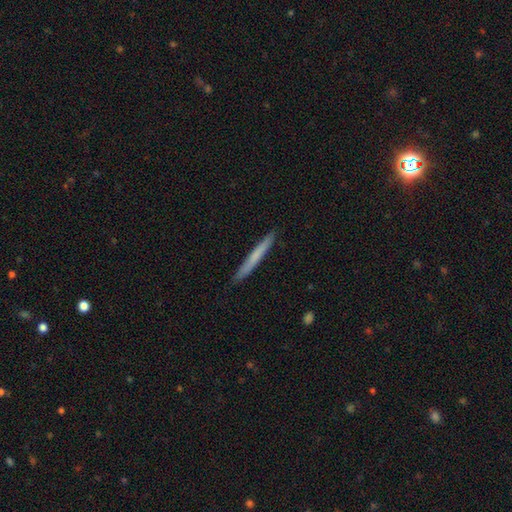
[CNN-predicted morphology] Q: Smooth or featured?
A: smooth (63%); runner-up: featured or disk (32%)
Q: How rounded?
A: cigar-shaped (97%); runner-up: in between (2%)
Q: Merging?
A: none (91%); runner-up: minor disturbance (6%)